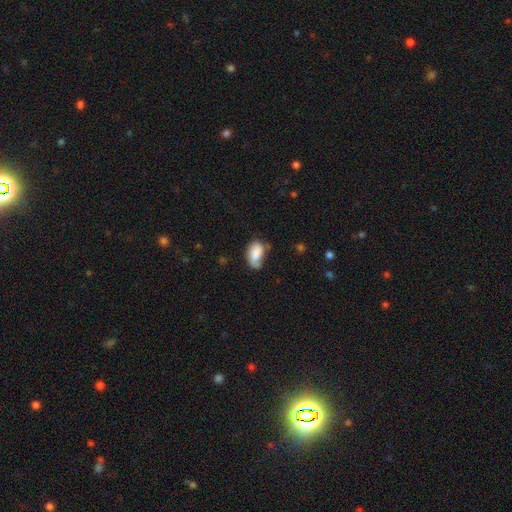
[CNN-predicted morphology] Smooth or featured? smooth (79%)
How rounded? in between (92%)
Merging? none (44%)